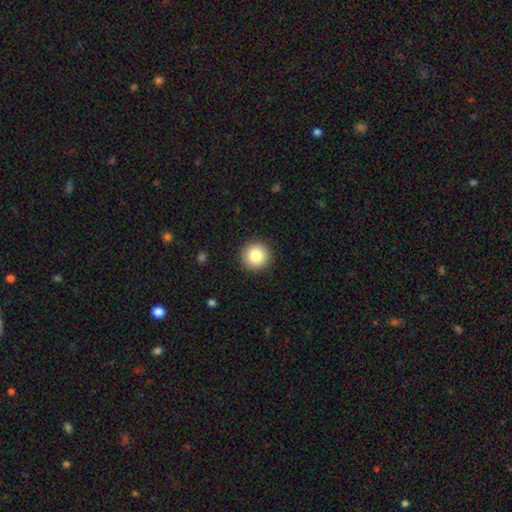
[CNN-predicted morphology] This is clearly a smooth galaxy (85%). How rounded: clearly round (95%). Merging: clearly none (92%).